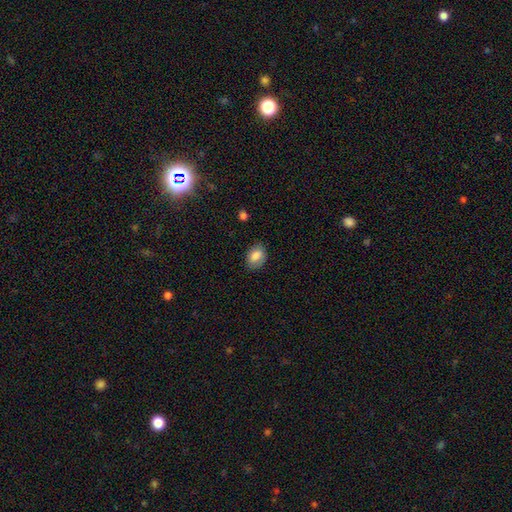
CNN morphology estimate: Overall: smooth (82%). How rounded: in between (76%). Merging: none (80%).